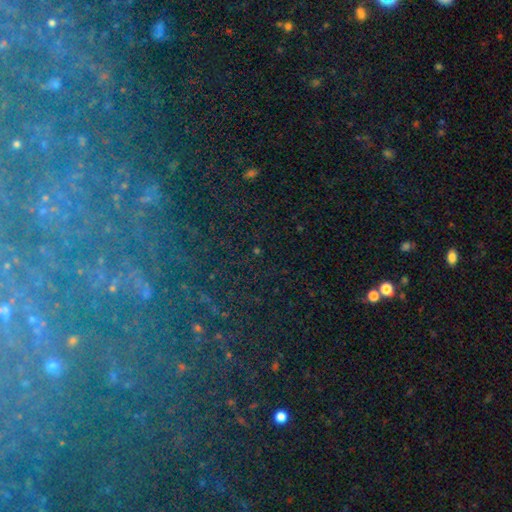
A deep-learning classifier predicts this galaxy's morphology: Q: Smooth or featured?
A: star or artifact (47%); runner-up: featured or disk (37%)